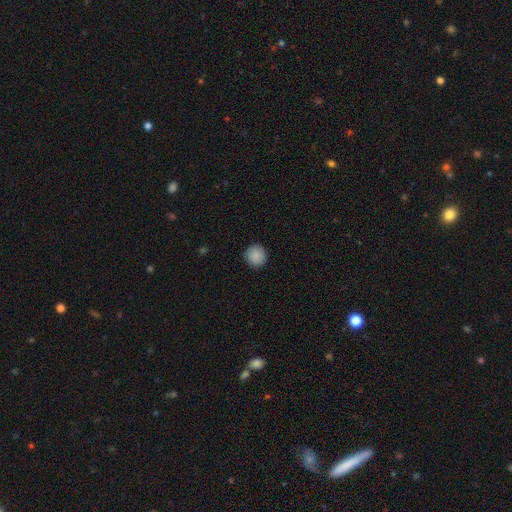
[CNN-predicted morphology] Smooth or featured? smooth (89%)
How rounded? round (94%)
Merging? none (91%)